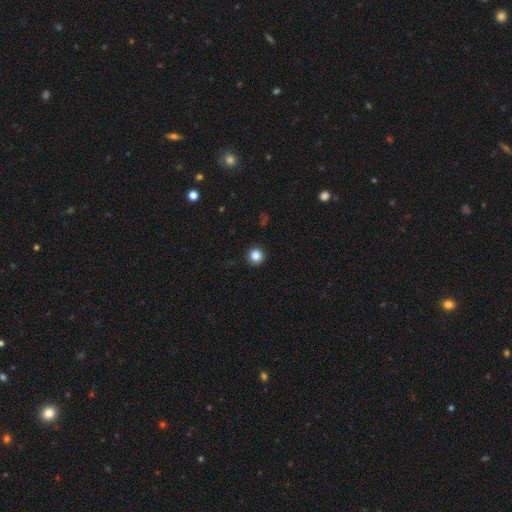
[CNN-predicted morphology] Smooth or featured? Predicted: smooth (p=0.85). How rounded? Predicted: round (p=0.96). Merging? Predicted: none (p=0.93).